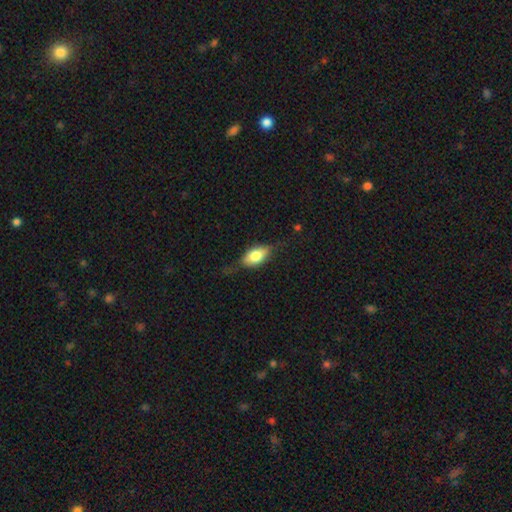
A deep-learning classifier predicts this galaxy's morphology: Overall: smooth (60%; featured or disk 33%). How rounded: in between (83%). Merging: none (63%; minor disturbance 25%).